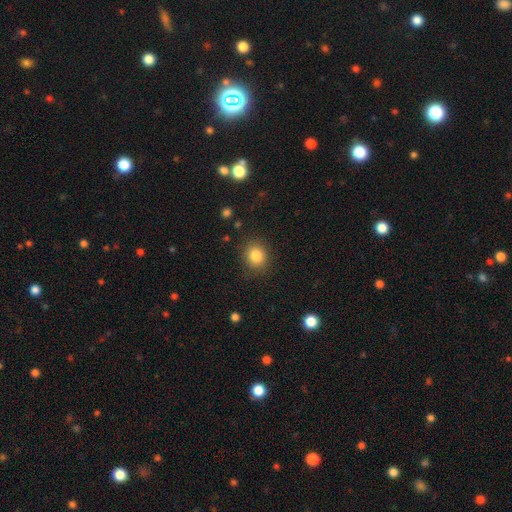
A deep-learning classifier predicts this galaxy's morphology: smooth_or_featured: smooth (p=0.84) [alt: star or artifact p=0.11]
how_rounded: round (p=0.78) [alt: in between p=0.21]
merging: none (p=0.85) [alt: minor disturbance p=0.10]